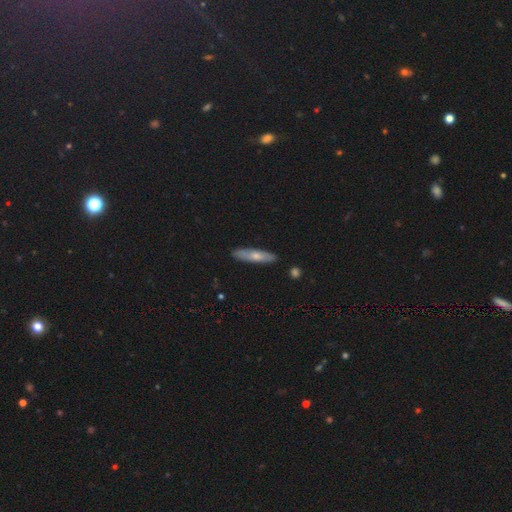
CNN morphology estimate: Overall: smooth (58%; featured or disk 36%). How rounded: cigar-shaped (81%). Merging: none (88%).